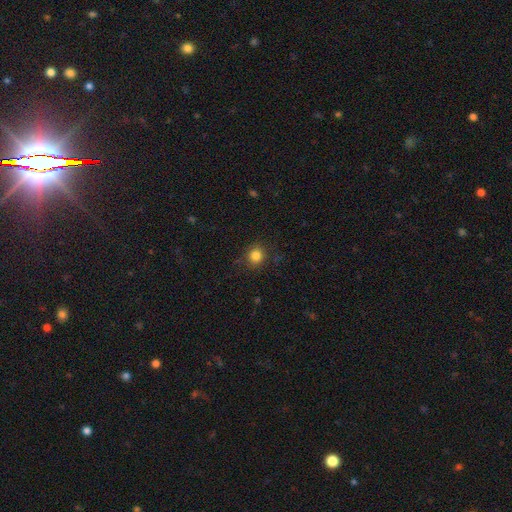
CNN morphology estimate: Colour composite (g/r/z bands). It shows a smooth galaxy with no disk features (83%) that is round (88%). Merging: none (86%).